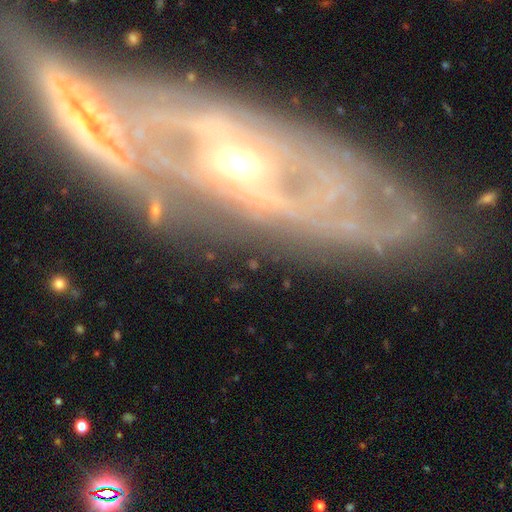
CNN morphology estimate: Smooth or featured? Predicted: featured or disk (p=0.82). Edge-on disk? Predicted: no (p=0.82). Bar? Predicted: no (p=0.50). Spiral arms? Predicted: yes (p=0.78). Spiral winding? Predicted: tight (p=0.61). Spiral arm count? Predicted: can't tell (p=0.41). Bulge size? Predicted: moderate (p=0.62). Merging? Predicted: none (p=0.73).